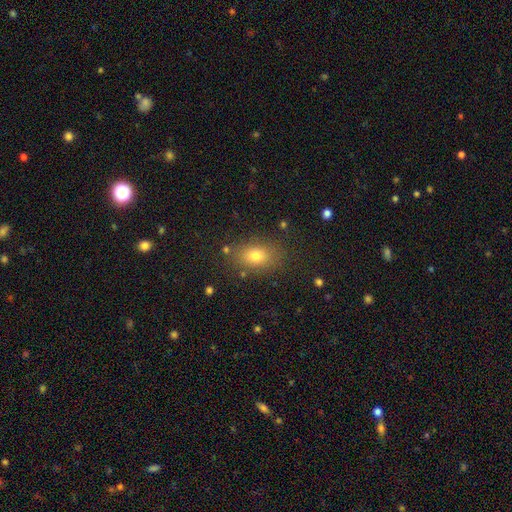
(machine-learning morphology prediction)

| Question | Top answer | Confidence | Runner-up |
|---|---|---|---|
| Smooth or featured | smooth | 74% | star or artifact (15%) |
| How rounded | in between | 75% | round (23%) |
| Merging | none | 82% | minor disturbance (11%) |